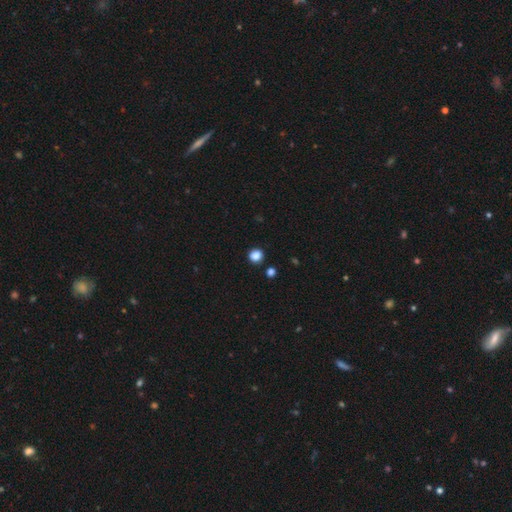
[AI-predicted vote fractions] A smooth galaxy with no disk features (86%) that is round (85%).

Vote fractions:
- Smooth or featured? smooth: 86% / star or artifact: 11% / featured or disk: 3%
- How rounded? round: 85% / in between: 14% / cigar-shaped: 1%
- Merging? none: 86% / minor disturbance: 8% / merger: 4% / major disturbance: 3%